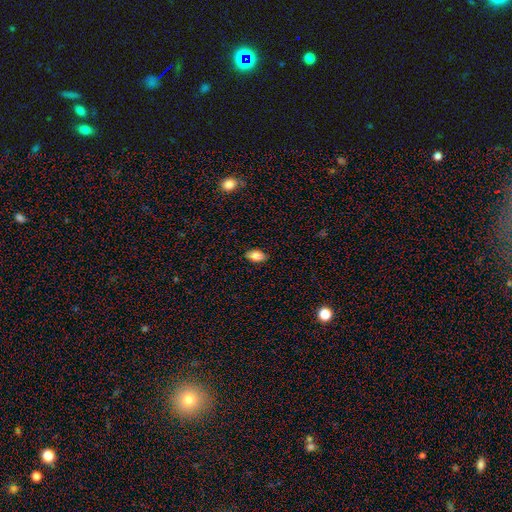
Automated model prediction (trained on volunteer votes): Smooth or featured? Predicted: smooth (p=0.85). How rounded? Predicted: in between (p=0.92). Merging? Predicted: none (p=0.88).